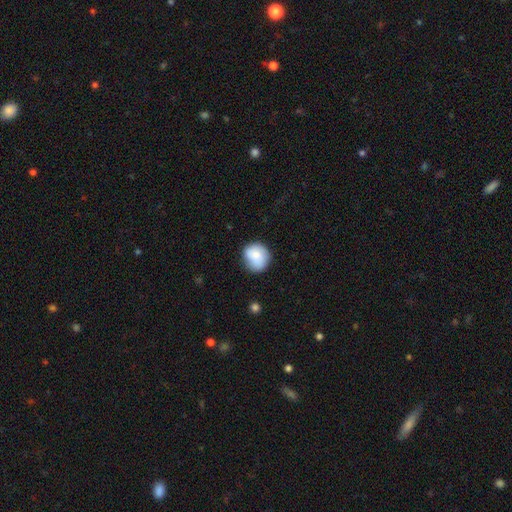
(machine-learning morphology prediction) This is likely a smooth galaxy (78%). How rounded: clearly round (81%). Merging: likely none (66%).